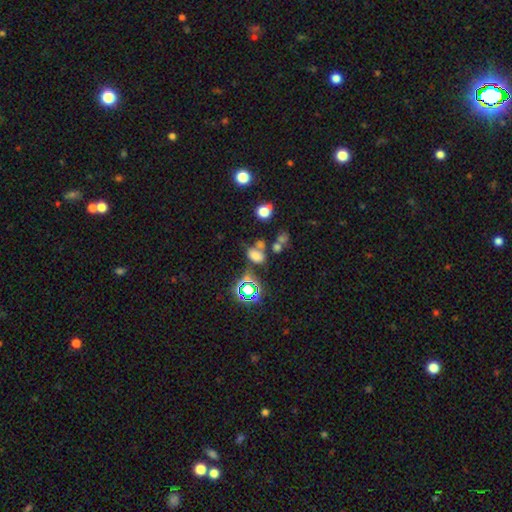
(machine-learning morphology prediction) Smooth or featured: smooth — 59% (star or artifact — 30%)
How rounded: in between — 73% (round — 25%)
Merging: none — 47% (merger — 27%)